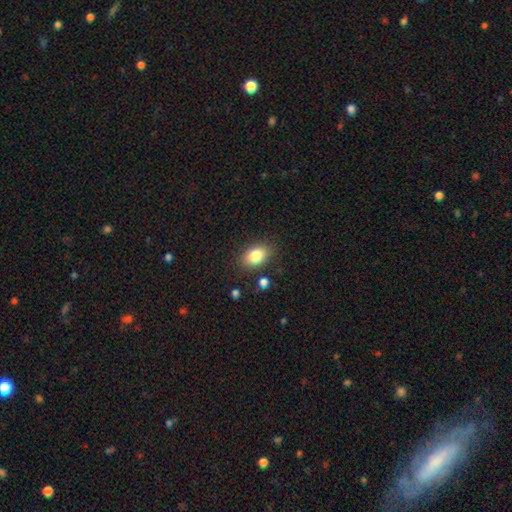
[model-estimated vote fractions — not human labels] Smooth or featured? Predicted: smooth (p=0.83). How rounded? Predicted: in between (p=0.80). Merging? Predicted: none (p=0.83).